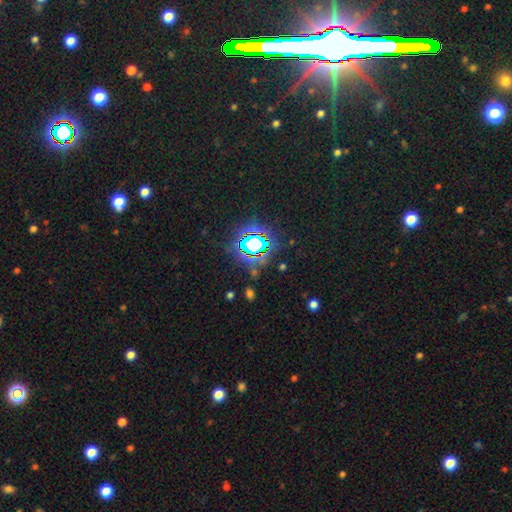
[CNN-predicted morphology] star or artifact 75%, smooth 15%, featured or disk 9%.